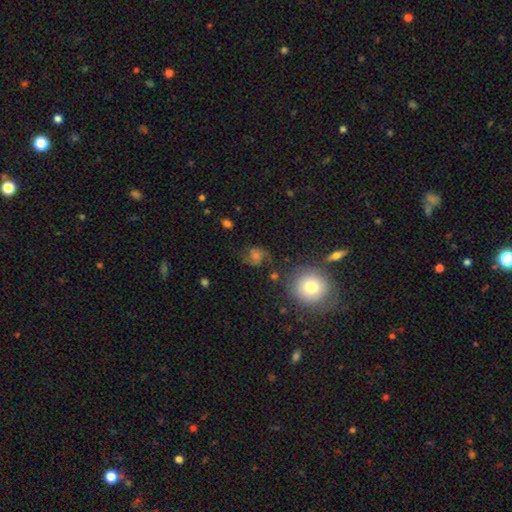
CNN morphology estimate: smooth-or-featured: featured or disk: 50% | smooth: 33% | star or artifact: 17%
  merging: none: 69% | minor disturbance: 17% | major disturbance: 10% | merger: 4%